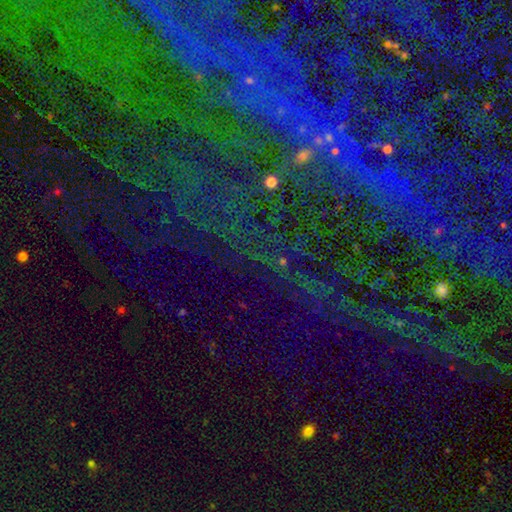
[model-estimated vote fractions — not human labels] Morphology: type=star or artifact (78%).